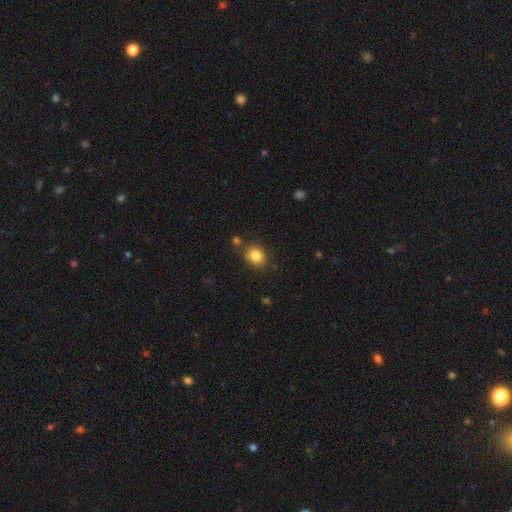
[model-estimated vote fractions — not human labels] The model was most divided on "how rounded": round: 68%, in between: 31%, cigar-shaped: 1%. More confident: smooth or featured — smooth (83%); merging — none (78%).